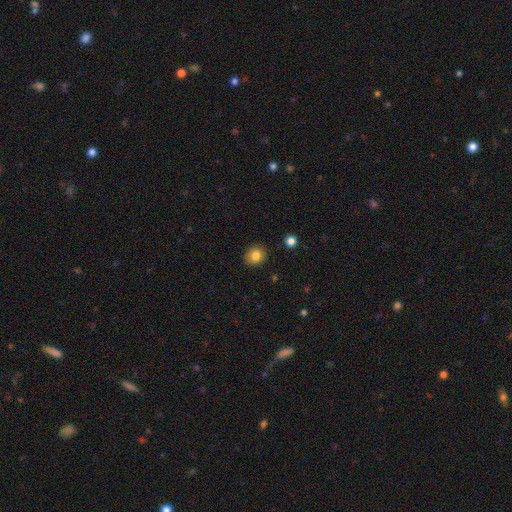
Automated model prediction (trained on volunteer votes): smooth_or_featured: smooth (p=0.83) [alt: star or artifact p=0.10]
how_rounded: round (p=0.76) [alt: in between p=0.23]
merging: none (p=0.89) [alt: minor disturbance p=0.07]